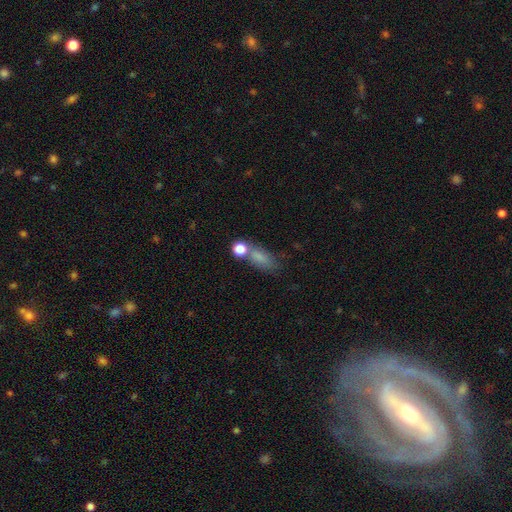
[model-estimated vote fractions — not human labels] A smooth galaxy with no disk features (68%) that is in between round and cigar-shaped (61%). Merging: none (55%).